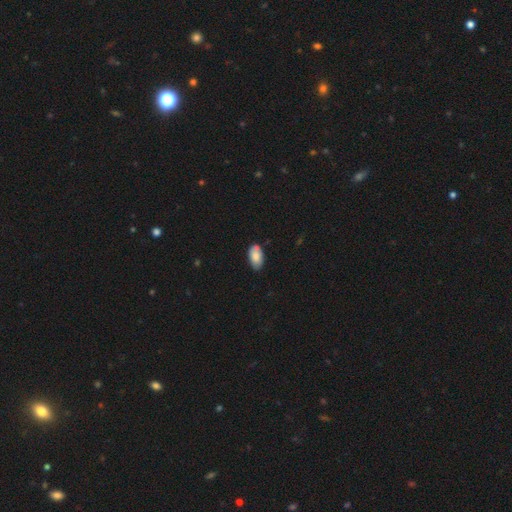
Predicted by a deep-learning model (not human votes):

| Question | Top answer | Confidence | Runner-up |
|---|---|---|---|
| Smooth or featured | smooth | 80% | featured or disk (14%) |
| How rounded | in between | 95% | round (3%) |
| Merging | none | 77% | minor disturbance (19%) |